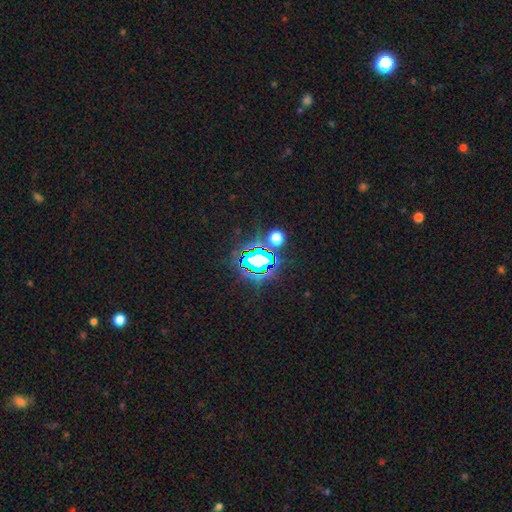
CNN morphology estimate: This is likely a star or artifact rather than a galaxy (75%).